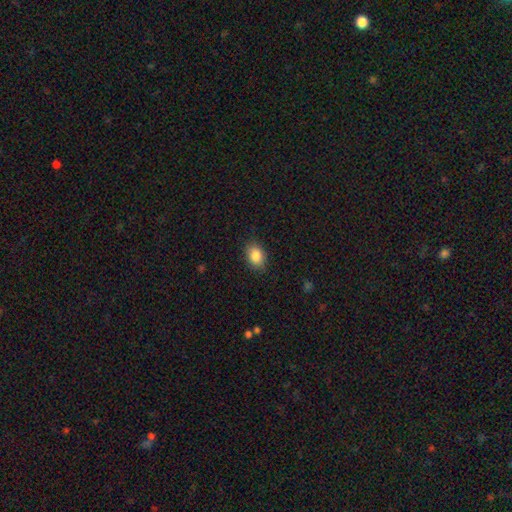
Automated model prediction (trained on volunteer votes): The model was most divided on "how rounded": in between: 74%, round: 25%, cigar-shaped: 1%. More confident: smooth or featured — smooth (87%); merging — none (85%).